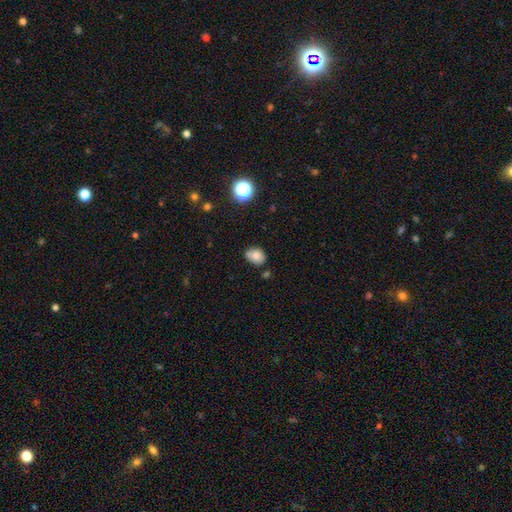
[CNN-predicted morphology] type=smooth (77%); roundness=in between (57%); merging=none (64%).